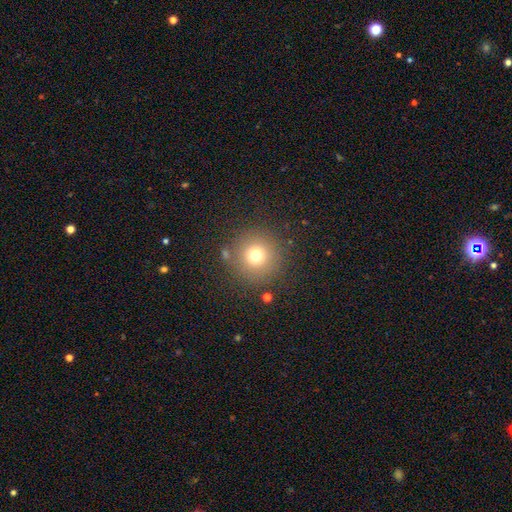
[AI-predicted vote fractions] Overall: smooth (74%). How rounded: round (96%). Merging: none (85%).